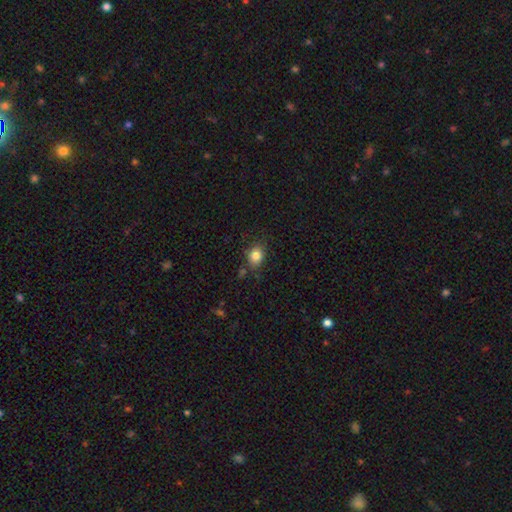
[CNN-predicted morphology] Overall: smooth (84%). How rounded: round (51%; in between 47%). Merging: none (74%).